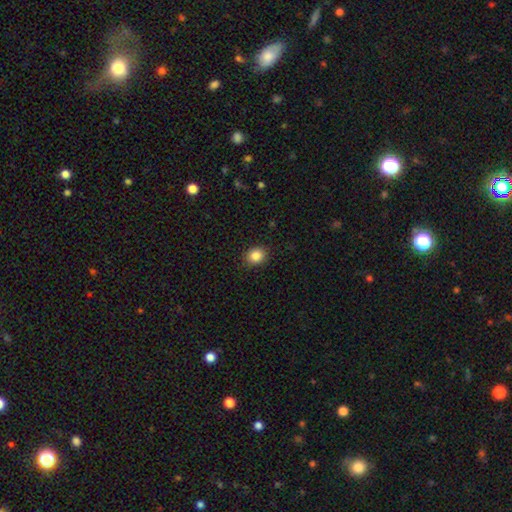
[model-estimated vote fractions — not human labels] smooth-or-featured: smooth: 86% | star or artifact: 10% | featured or disk: 4%
  how-rounded: round: 62% | in between: 37% | cigar-shaped: 1%
  merging: none: 88% | minor disturbance: 9% | major disturbance: 2% | merger: 1%